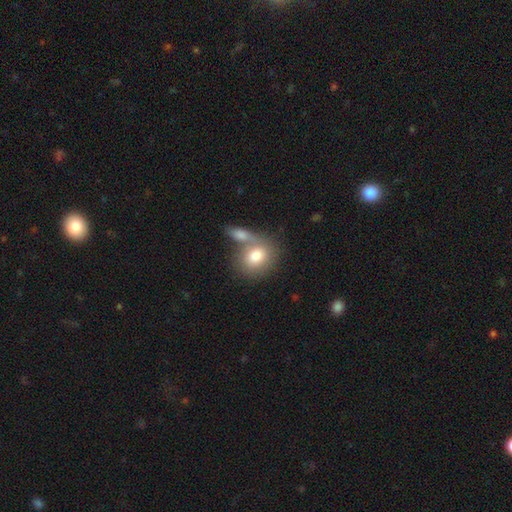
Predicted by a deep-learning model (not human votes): A smooth galaxy with no disk features (78%) that is round (53%).

Vote fractions:
- Smooth or featured? smooth: 78% / featured or disk: 15% / star or artifact: 7%
- How rounded? round: 53% / in between: 45% / cigar-shaped: 2%
- Merging? merger: 44% / none: 40% / minor disturbance: 11% / major disturbance: 5%